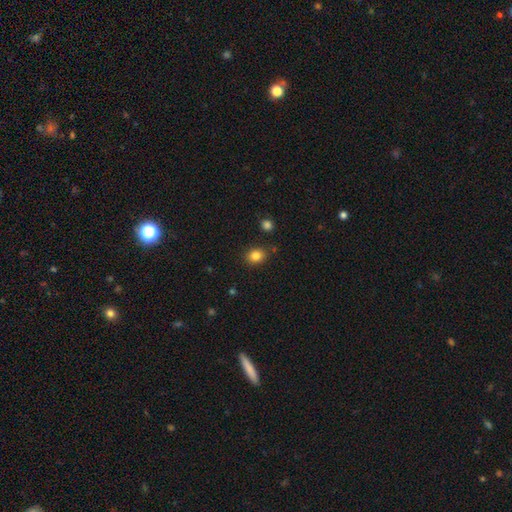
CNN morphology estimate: smooth_or_featured: smooth (p=0.83) [alt: star or artifact p=0.11]
how_rounded: round (p=0.57) [alt: in between p=0.42]
merging: none (p=0.84) [alt: minor disturbance p=0.10]